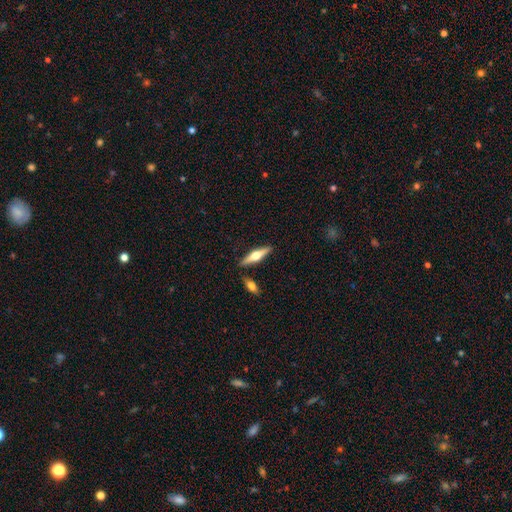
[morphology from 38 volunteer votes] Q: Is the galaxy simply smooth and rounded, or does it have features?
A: featured or disk — 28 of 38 (74%).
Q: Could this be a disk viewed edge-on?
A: yes — 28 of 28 (100%).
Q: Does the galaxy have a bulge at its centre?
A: rounded — 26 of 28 (93%).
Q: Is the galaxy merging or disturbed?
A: none — 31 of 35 (89%).